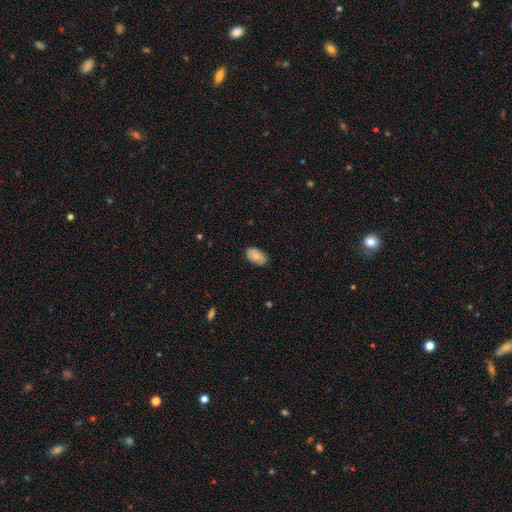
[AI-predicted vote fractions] A smooth galaxy with no disk features (73%) that is in between round and cigar-shaped (92%).

Vote fractions:
- Smooth or featured? smooth: 73% / featured or disk: 20% / star or artifact: 7%
- How rounded? in between: 92% / round: 7% / cigar-shaped: 1%
- Merging? none: 80% / minor disturbance: 16% / major disturbance: 3% / merger: 1%